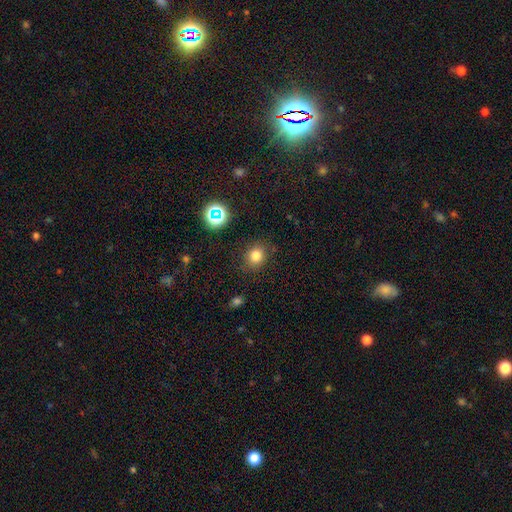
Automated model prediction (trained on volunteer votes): Smooth or featured? Predicted: smooth (p=0.77). How rounded? Predicted: round (p=0.73). Merging? Predicted: none (p=0.83).